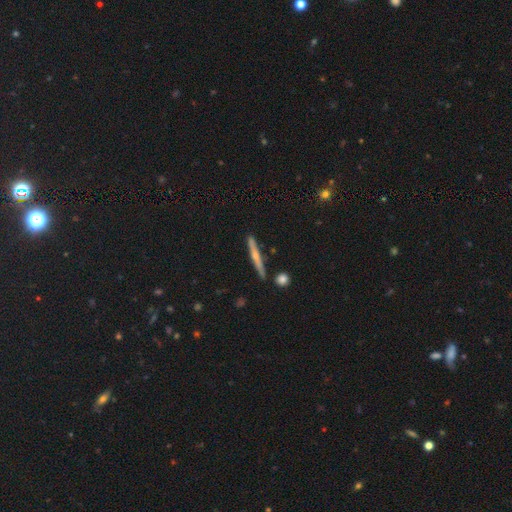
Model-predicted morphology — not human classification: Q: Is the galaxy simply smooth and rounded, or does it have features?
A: featured or disk — 57%.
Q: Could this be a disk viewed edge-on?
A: yes — 96%.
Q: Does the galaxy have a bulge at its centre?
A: rounded — 69%.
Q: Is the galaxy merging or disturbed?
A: none — 86%.